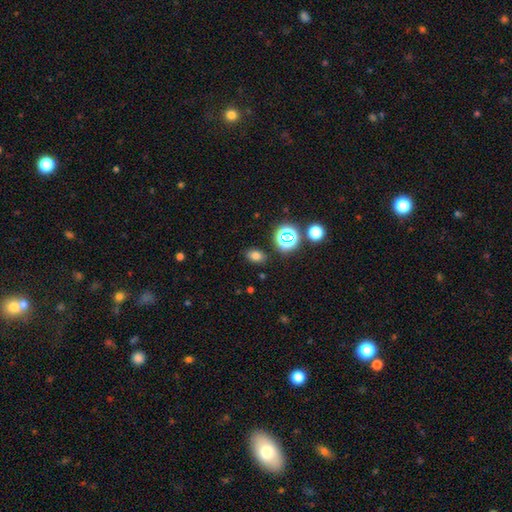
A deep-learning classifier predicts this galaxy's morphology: Smooth or featured?
  - smooth: 74% *
  - star or artifact: 19%
  - featured or disk: 7%
How rounded?
  - in between: 75% *
  - round: 24%
  - cigar-shaped: 1%
Merging?
  - none: 85% *
  - minor disturbance: 10%
  - major disturbance: 3%
  - merger: 3%